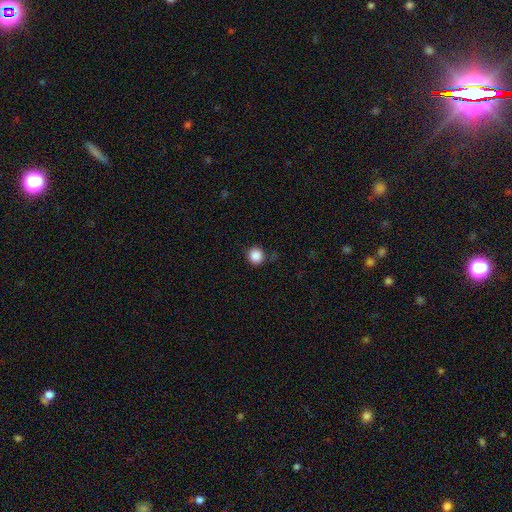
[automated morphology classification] Smooth or featured? Predicted: smooth (p=0.87). How rounded? Predicted: round (p=0.95). Merging? Predicted: none (p=0.83).